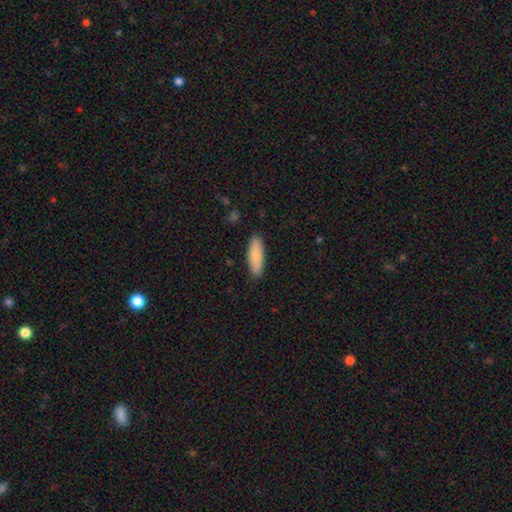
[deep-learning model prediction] This appears to be a smooth galaxy with no disk features (81%) that is cigar-shaped (50%). Merging: none (88%).